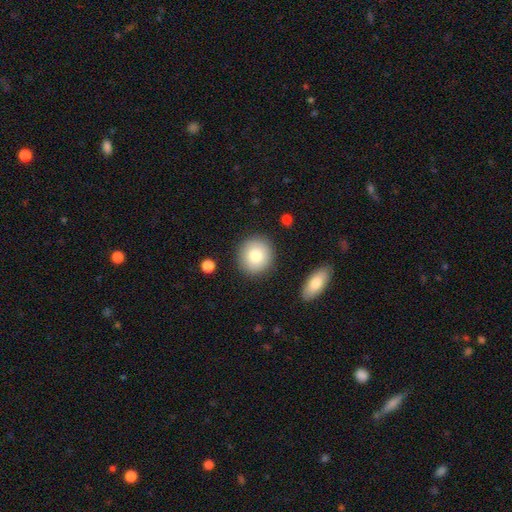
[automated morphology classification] Q: Smooth or featured?
A: smooth (81%); runner-up: featured or disk (11%)
Q: How rounded?
A: round (88%); runner-up: in between (11%)
Q: Merging?
A: none (88%); runner-up: minor disturbance (7%)